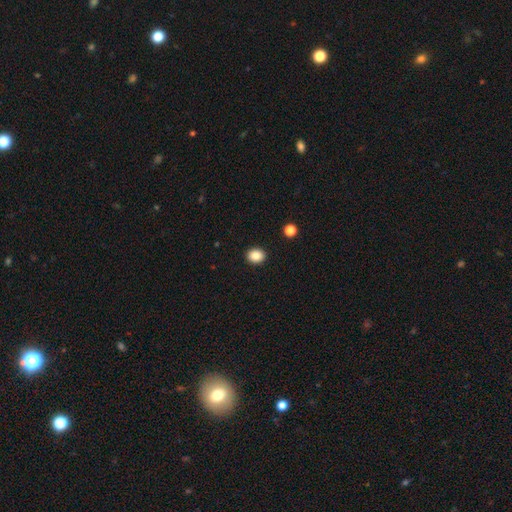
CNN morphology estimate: A smooth galaxy with no disk features (86%) that is round (62%).

Vote fractions:
- Smooth or featured? smooth: 86% / star or artifact: 10% / featured or disk: 4%
- How rounded? round: 62% / in between: 37% / cigar-shaped: 1%
- Merging? none: 92% / minor disturbance: 5% / major disturbance: 2% / merger: 1%